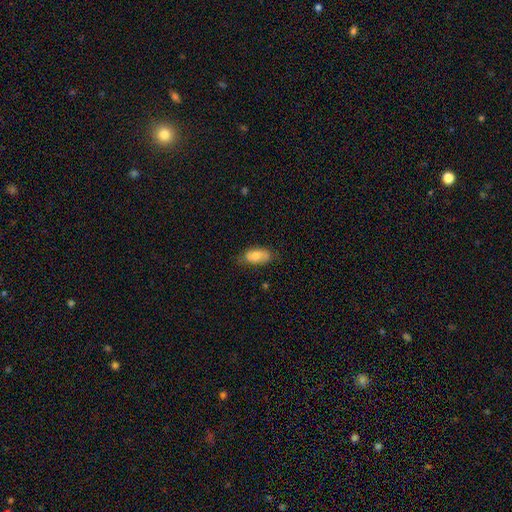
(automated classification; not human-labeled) Smooth or featured: smooth — 69% (featured or disk — 24%)
How rounded: in between — 90% (cigar-shaped — 5%)
Merging: none — 70% (minor disturbance — 24%)